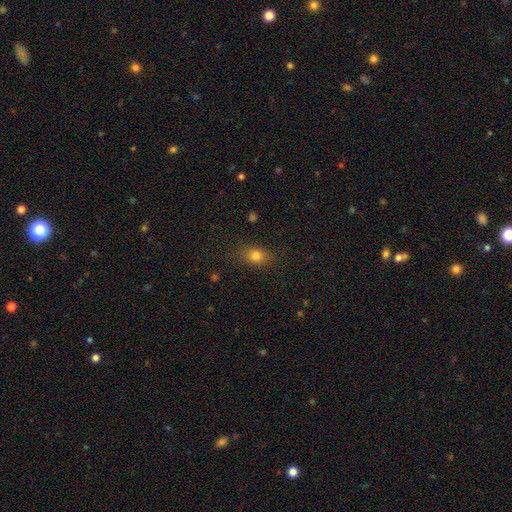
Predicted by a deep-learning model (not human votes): A smooth galaxy with no disk features (80%) that is in between round and cigar-shaped (59%).

Vote fractions:
- Smooth or featured? smooth: 80% / star or artifact: 13% / featured or disk: 8%
- How rounded? in between: 59% / round: 39% / cigar-shaped: 2%
- Merging? none: 82% / minor disturbance: 12% / major disturbance: 4% / merger: 1%